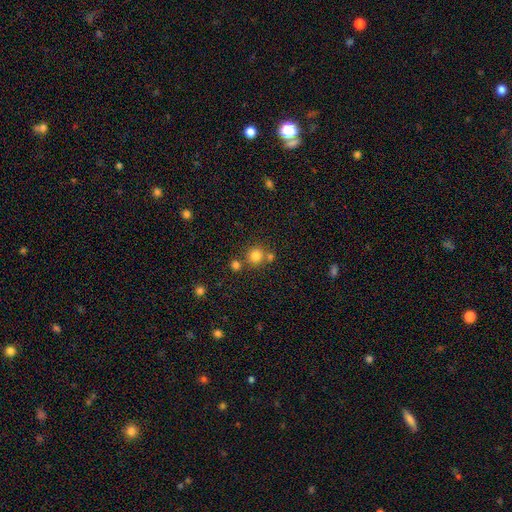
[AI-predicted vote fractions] Smooth or featured?
  - smooth: 79% *
  - star or artifact: 14%
  - featured or disk: 7%
How rounded?
  - round: 91% *
  - in between: 8%
  - cigar-shaped: 1%
Merging?
  - none: 68% *
  - merger: 21%
  - minor disturbance: 8%
  - major disturbance: 3%